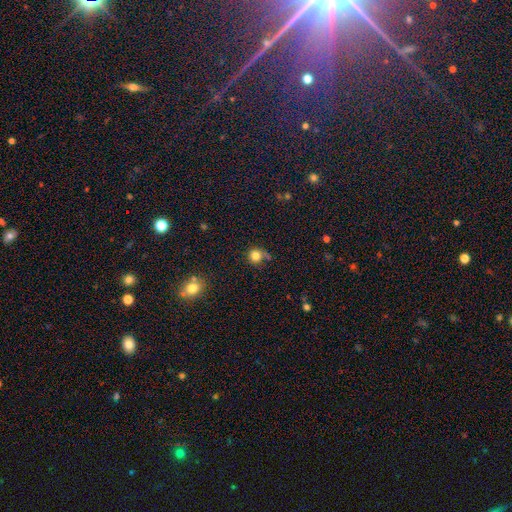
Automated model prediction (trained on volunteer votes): smooth-or-featured: smooth: 81% | star or artifact: 12% | featured or disk: 7%
  how-rounded: round: 89% | in between: 10% | cigar-shaped: 1%
  merging: none: 63% | minor disturbance: 21% | major disturbance: 9% | merger: 7%